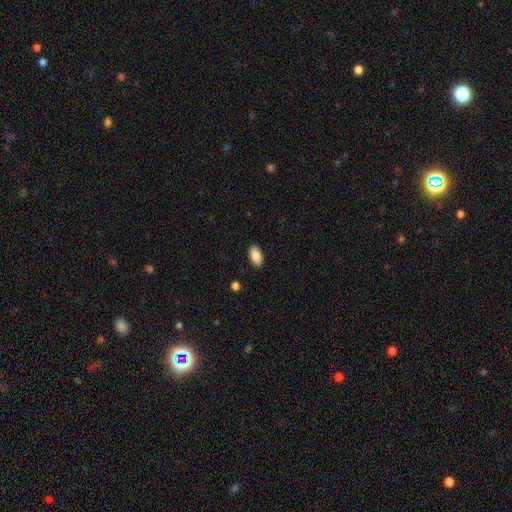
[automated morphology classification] A smooth galaxy with no disk features (88%) that is in between round and cigar-shaped (94%).

Vote fractions:
- Smooth or featured? smooth: 88% / star or artifact: 7% / featured or disk: 5%
- How rounded? in between: 94% / round: 3% / cigar-shaped: 3%
- Merging? none: 89% / minor disturbance: 8% / major disturbance: 2% / merger: 1%